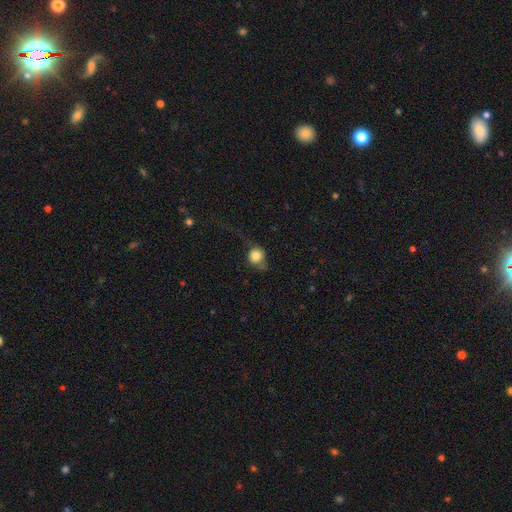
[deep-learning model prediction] The model was most divided on "merging": none: 44%, minor disturbance: 29%, major disturbance: 24%, merger: 3%. More confident: how rounded — round (78%); smooth or featured — smooth (77%).